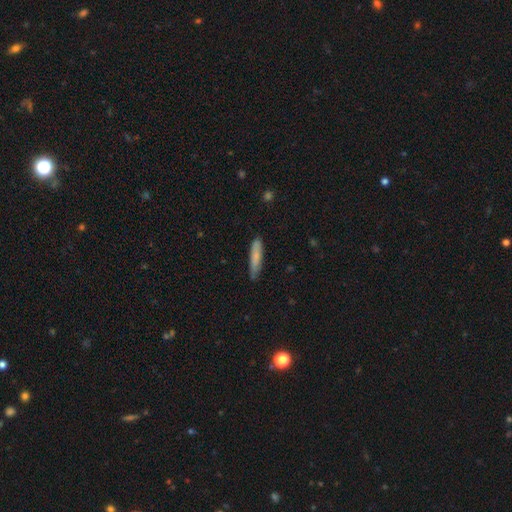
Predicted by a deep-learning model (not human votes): The model was most divided on "merging": none: 76%, minor disturbance: 20%, major disturbance: 3%, merger: 2%. More confident: how rounded — cigar-shaped (84%); smooth or featured — smooth (79%).